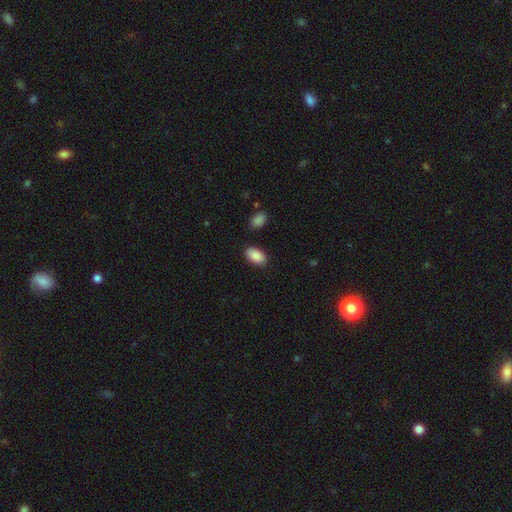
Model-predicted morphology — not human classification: This is clearly a smooth galaxy (88%). How rounded: clearly in between (94%). Merging: clearly none (87%).